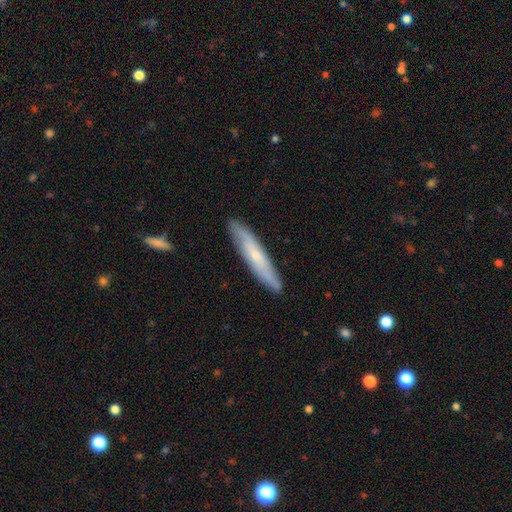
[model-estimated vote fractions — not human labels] smooth_or_featured: smooth (p=0.49) [alt: featured or disk p=0.45]
merging: none (p=0.87) [alt: minor disturbance p=0.10]